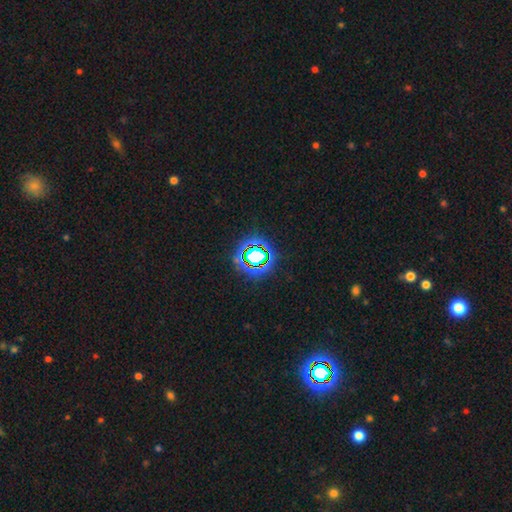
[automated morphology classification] The model was most divided on "smooth or featured": star or artifact: 64%, smooth: 24%, featured or disk: 12%.